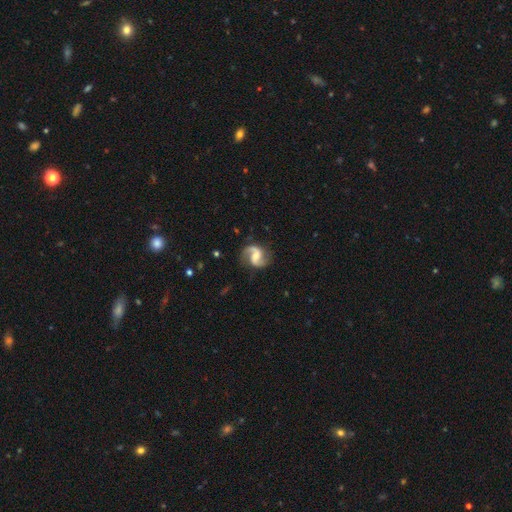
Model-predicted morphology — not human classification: Smooth or featured? Predicted: featured or disk (p=0.89). Edge-on disk? Predicted: no (p=0.98). Bar? Predicted: weak (p=0.48). Spiral arms? Predicted: yes (p=0.97). Spiral winding? Predicted: medium (p=0.46). Spiral arm count? Predicted: 2 (p=0.93). Bulge size? Predicted: moderate (p=0.51). Merging? Predicted: none (p=0.81).